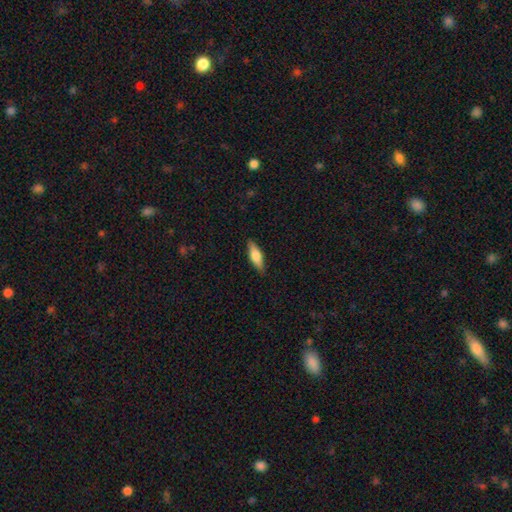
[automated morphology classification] This is likely a smooth galaxy (62%). How rounded: possibly in between (50%). Merging: clearly none (87%).